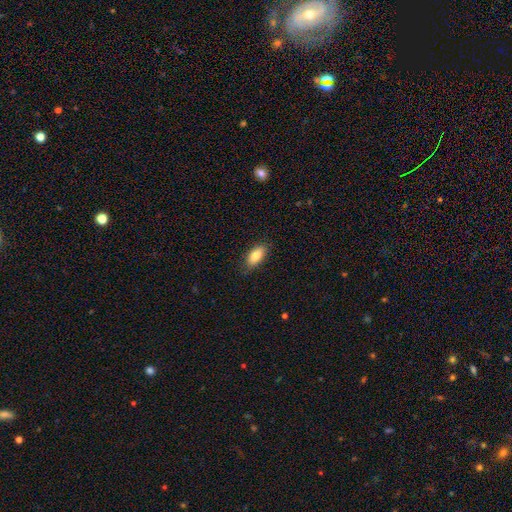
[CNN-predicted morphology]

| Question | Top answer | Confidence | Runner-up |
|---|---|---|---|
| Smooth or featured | smooth | 84% | featured or disk (9%) |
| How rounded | in between | 89% | cigar-shaped (8%) |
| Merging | none | 83% | minor disturbance (13%) |